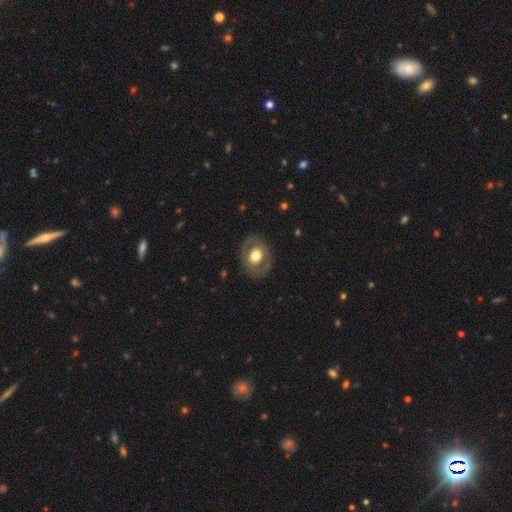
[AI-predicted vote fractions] Smooth or featured?
  - smooth: 52% *
  - featured or disk: 41%
  - star or artifact: 6%
How rounded?
  - in between: 51% *
  - round: 48%
  - cigar-shaped: 1%
Merging?
  - none: 81% *
  - minor disturbance: 12%
  - major disturbance: 6%
  - merger: 1%